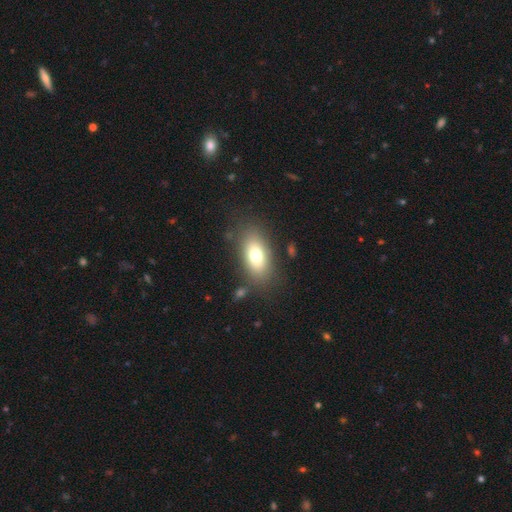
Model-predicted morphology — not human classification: Smooth or featured? Predicted: smooth (p=0.75). How rounded? Predicted: in between (p=0.87). Merging? Predicted: none (p=0.80).